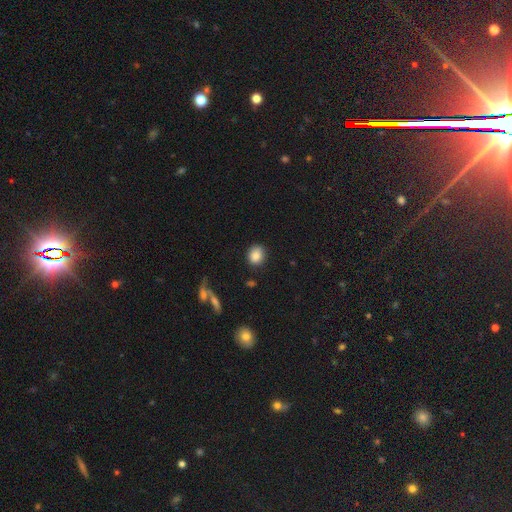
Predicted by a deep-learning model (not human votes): The model was most divided on "how rounded": round: 66%, in between: 33%, cigar-shaped: 1%. More confident: smooth or featured — smooth (85%); merging — none (84%).